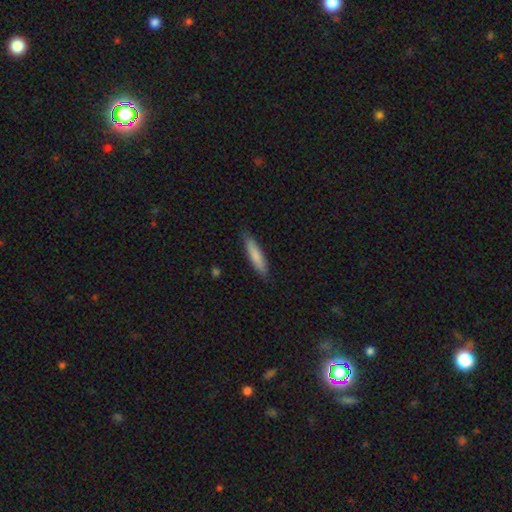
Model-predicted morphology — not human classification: smooth-or-featured: smooth: 80% | featured or disk: 15% | star or artifact: 5%
  how-rounded: cigar-shaped: 82% | in between: 17% | round: 1%
  merging: none: 87% | minor disturbance: 11% | major disturbance: 2% | merger: 1%